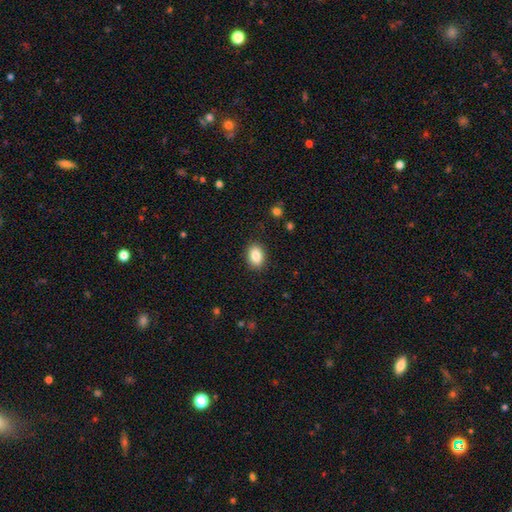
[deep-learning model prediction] Smooth or featured?
  - smooth: 86% *
  - star or artifact: 8%
  - featured or disk: 6%
How rounded?
  - in between: 77% *
  - round: 22%
  - cigar-shaped: 1%
Merging?
  - none: 88% *
  - minor disturbance: 8%
  - major disturbance: 2%
  - merger: 1%